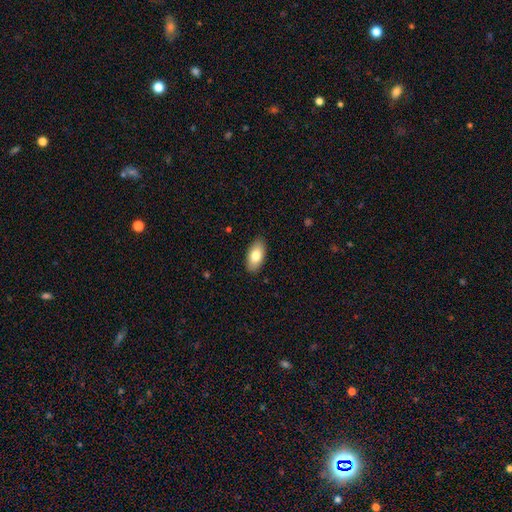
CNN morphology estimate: The model was most divided on "smooth or featured": smooth: 79%, featured or disk: 15%, star or artifact: 6%. More confident: how rounded — in between (93%); merging — none (88%).